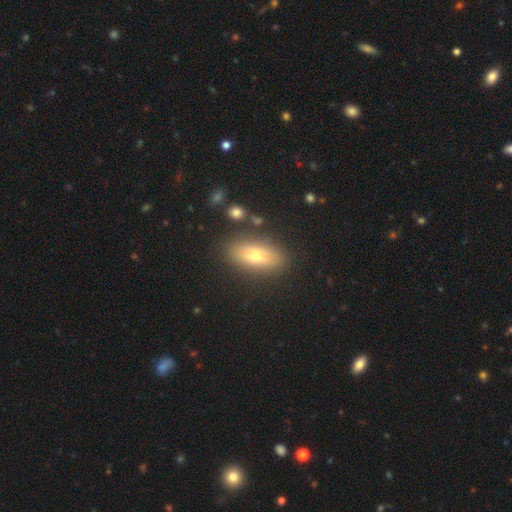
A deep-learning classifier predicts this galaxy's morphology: A smooth galaxy with no disk features (59%) that is in between round and cigar-shaped (74%). Merging: none (83%).